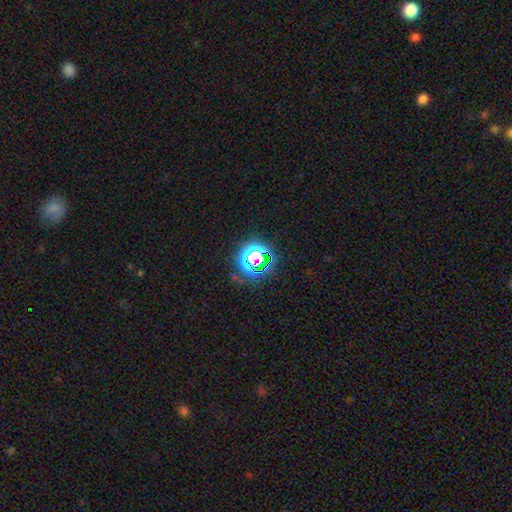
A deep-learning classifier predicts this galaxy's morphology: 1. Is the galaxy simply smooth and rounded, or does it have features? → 68% star or artifact, 21% smooth, 11% featured or disk.